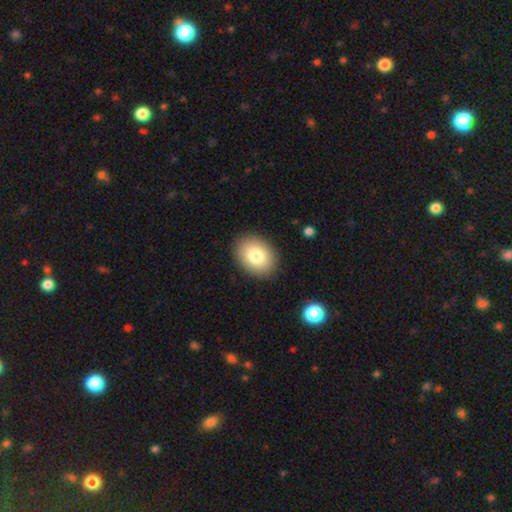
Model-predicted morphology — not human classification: Smooth or featured? Predicted: smooth (p=0.81). How rounded? Predicted: in between (p=0.70). Merging? Predicted: none (p=0.89).